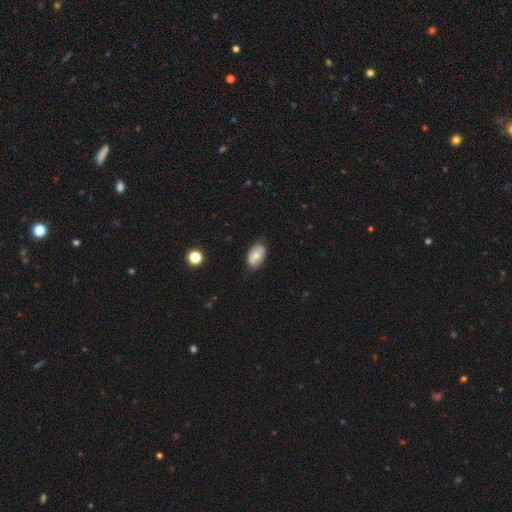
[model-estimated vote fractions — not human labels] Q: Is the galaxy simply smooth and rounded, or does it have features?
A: smooth — 67%.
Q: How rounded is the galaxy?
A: in between — 90%.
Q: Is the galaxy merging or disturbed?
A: none — 77%.